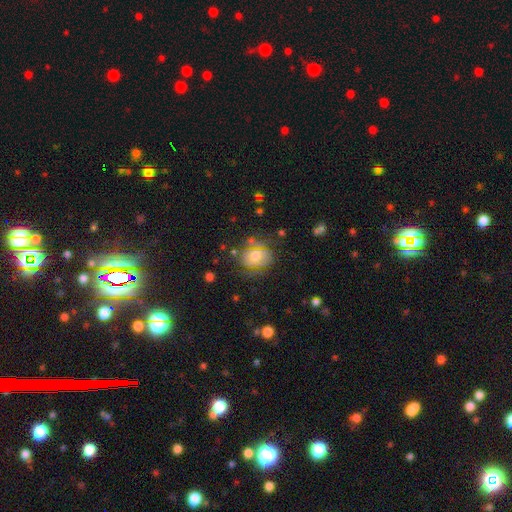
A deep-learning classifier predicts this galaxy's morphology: Q: Smooth or featured?
A: smooth (49%); runner-up: featured or disk (38%)
Q: Merging?
A: none (61%); runner-up: minor disturbance (22%)